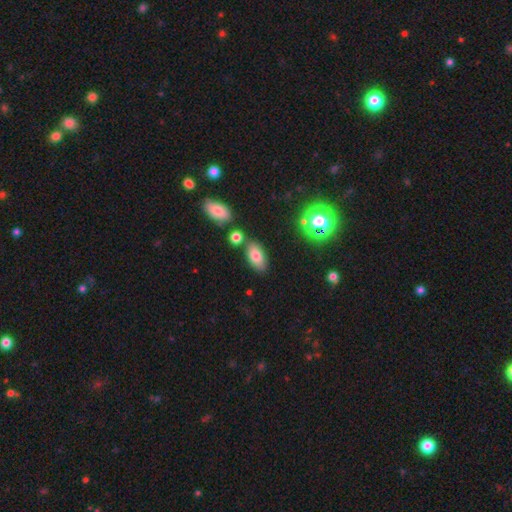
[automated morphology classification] smooth 77%, featured or disk 12%, star or artifact 11%. Down the decision tree: how rounded — in between (91%); merging — none (77%).